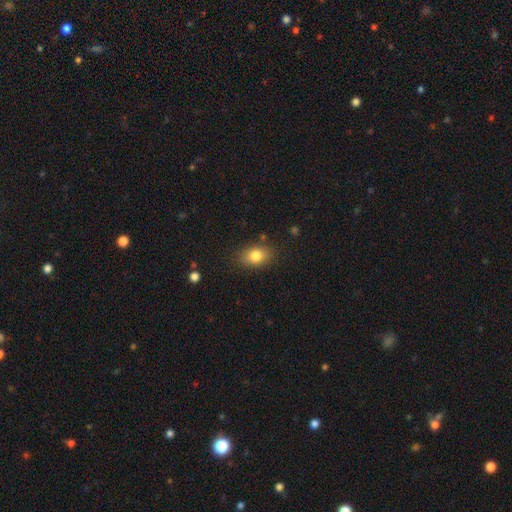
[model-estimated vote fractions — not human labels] Smooth or featured? Predicted: smooth (p=0.81). How rounded? Predicted: in between (p=0.73). Merging? Predicted: none (p=0.83).